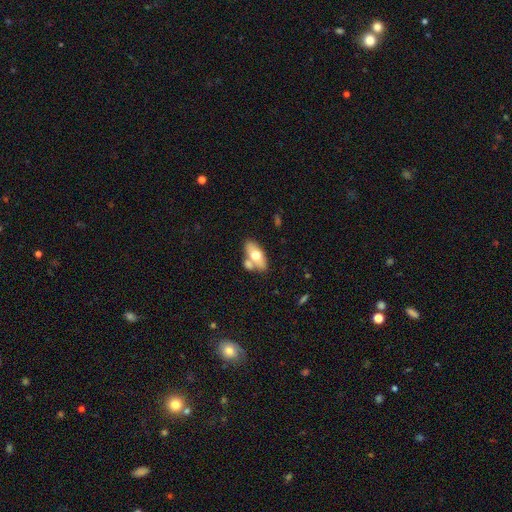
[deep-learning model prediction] Overall: smooth (61%; featured or disk 33%). How rounded: in between (88%). Merging: none (54%; merger 29%).